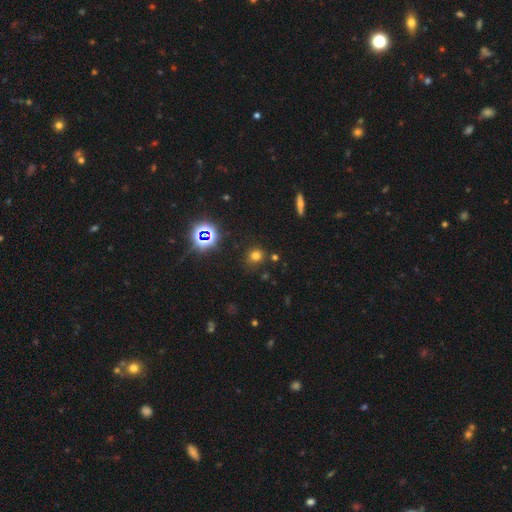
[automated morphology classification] smooth_or_featured: smooth (p=0.68) [alt: star or artifact p=0.25]
how_rounded: round (p=0.85) [alt: in between p=0.14]
merging: none (p=0.84) [alt: minor disturbance p=0.09]